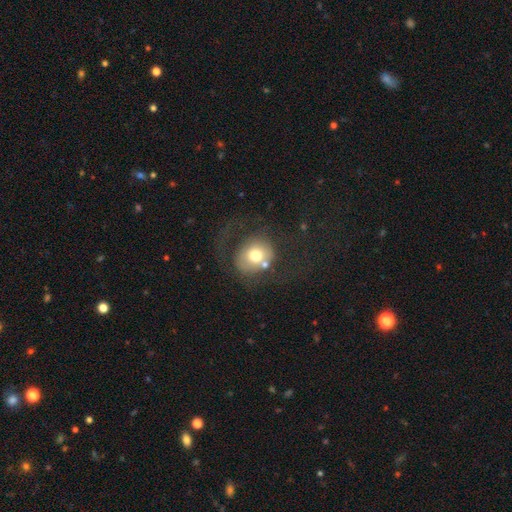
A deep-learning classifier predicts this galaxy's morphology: This appears to be a smooth galaxy with no disk features (61%) that is round (75%). Merging: none (43%).